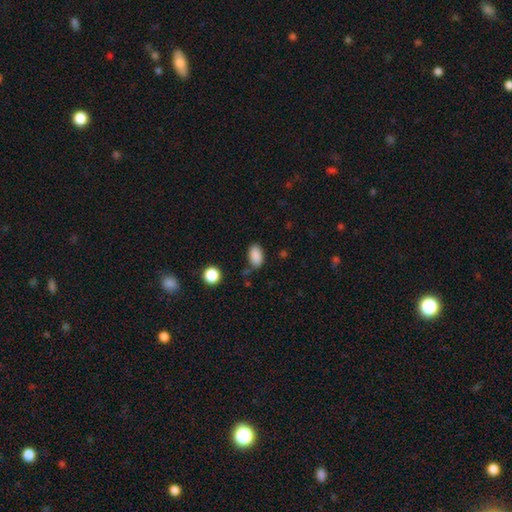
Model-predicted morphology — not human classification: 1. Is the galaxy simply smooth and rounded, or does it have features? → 87% smooth, 9% star or artifact, 4% featured or disk.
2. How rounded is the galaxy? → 91% in between, 8% round, 2% cigar-shaped.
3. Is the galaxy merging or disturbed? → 75% none, 17% minor disturbance, 4% major disturbance, 4% merger.